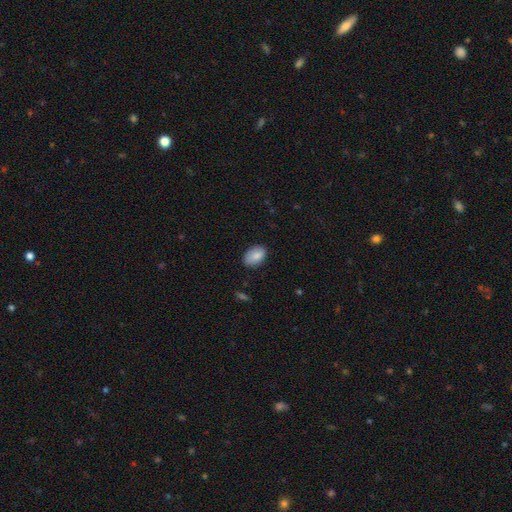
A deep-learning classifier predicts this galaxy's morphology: This is clearly a smooth galaxy (84%). How rounded: clearly in between (89%). Merging: clearly none (82%).